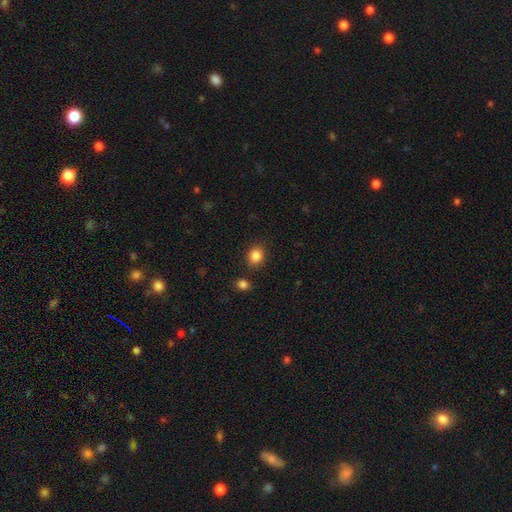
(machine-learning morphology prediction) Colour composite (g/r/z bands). It shows a smooth galaxy with no disk features (85%) that is round (62%). Merging: none (84%).